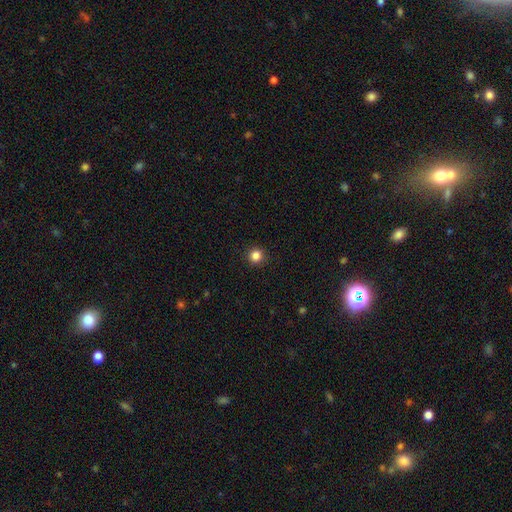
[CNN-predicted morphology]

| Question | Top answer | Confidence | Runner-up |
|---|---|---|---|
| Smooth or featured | smooth | 84% | star or artifact (12%) |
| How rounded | round | 94% | in between (5%) |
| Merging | none | 93% | minor disturbance (5%) |